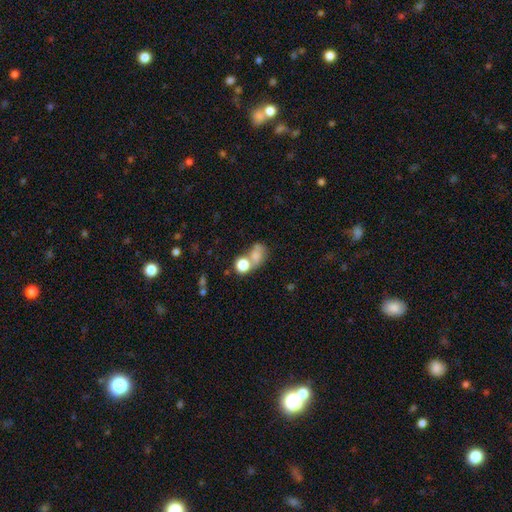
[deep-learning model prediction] Morphology: type=smooth (70%); roundness=in between (53%); merging=merger (48%).